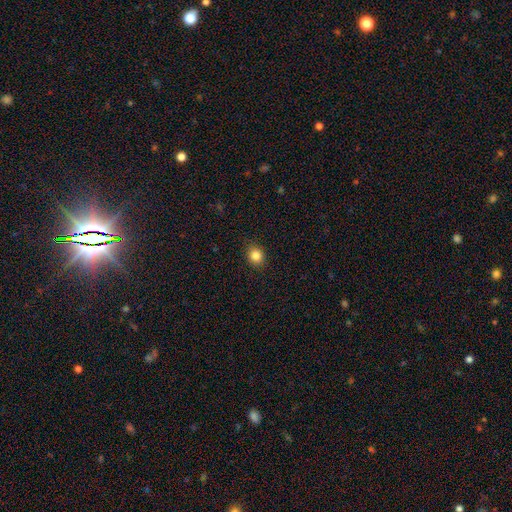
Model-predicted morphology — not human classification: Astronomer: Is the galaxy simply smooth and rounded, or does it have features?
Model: smooth — 85%.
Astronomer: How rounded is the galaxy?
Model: round — 72%.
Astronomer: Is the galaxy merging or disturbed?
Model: none — 88%.